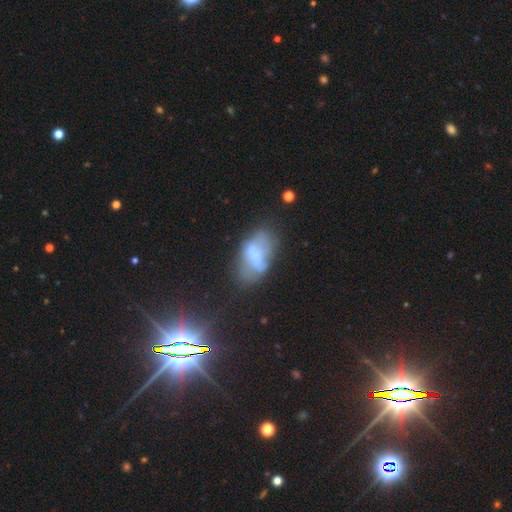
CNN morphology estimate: smooth 48%, featured or disk 40%, star or artifact 13%. Down the decision tree: merging — none (40%).